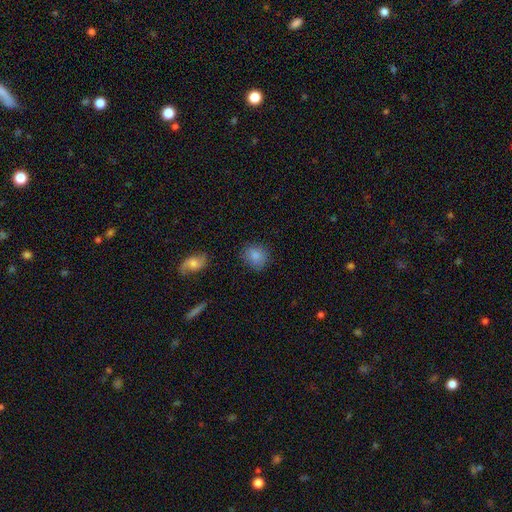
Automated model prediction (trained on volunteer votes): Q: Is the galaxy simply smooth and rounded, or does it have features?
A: smooth — 85%.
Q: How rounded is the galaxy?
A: round — 74%.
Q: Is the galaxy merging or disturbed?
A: none — 83%.